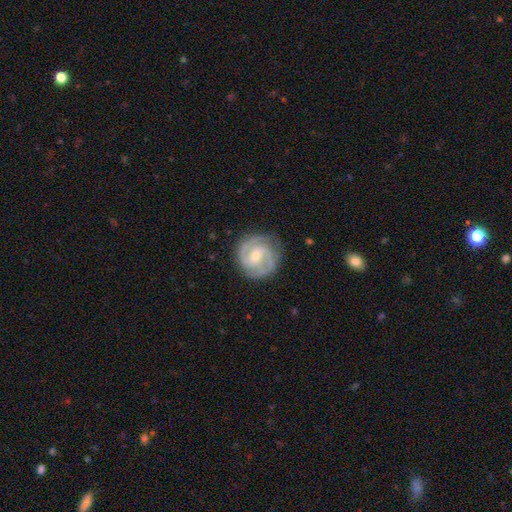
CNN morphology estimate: type=featured or disk (87%); edge-on=no (98%); bar=weak (44%); spiral arms=yes (97%); winding=tight (53%); arm count=2 (71%); bulge=small (57%); merging=none (83%).